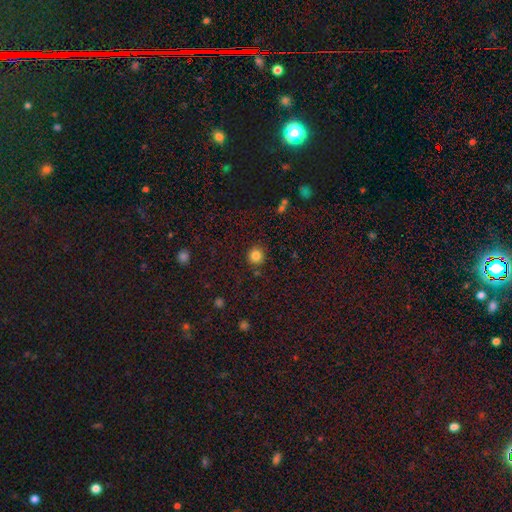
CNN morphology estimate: A smooth galaxy with no disk features (83%) that is round (92%).

Vote fractions:
- Smooth or featured? smooth: 83% / star or artifact: 12% / featured or disk: 5%
- How rounded? round: 92% / in between: 7% / cigar-shaped: 1%
- Merging? none: 87% / minor disturbance: 8% / merger: 3% / major disturbance: 3%